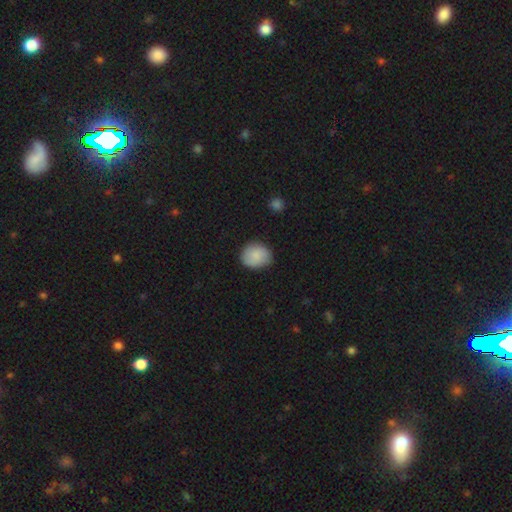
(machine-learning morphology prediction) Smooth or featured? smooth (86%)
How rounded? round (64%)
Merging? none (79%)